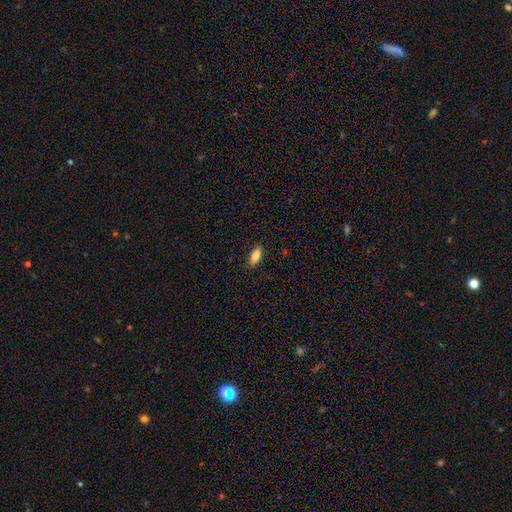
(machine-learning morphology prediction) Smooth or featured? smooth (83%)
How rounded? in between (78%)
Merging? none (86%)